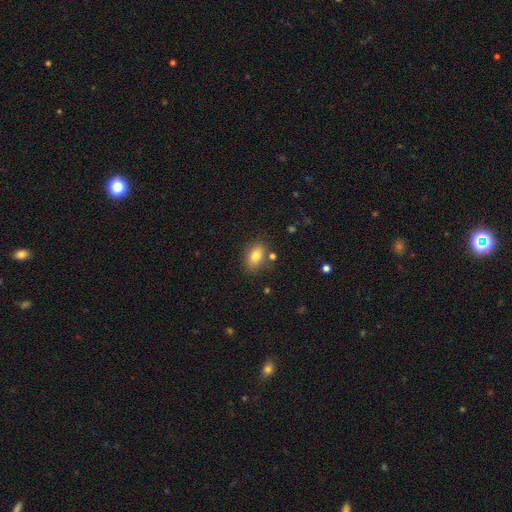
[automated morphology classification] Smooth or featured? smooth (82%)
How rounded? in between (85%)
Merging? none (80%)